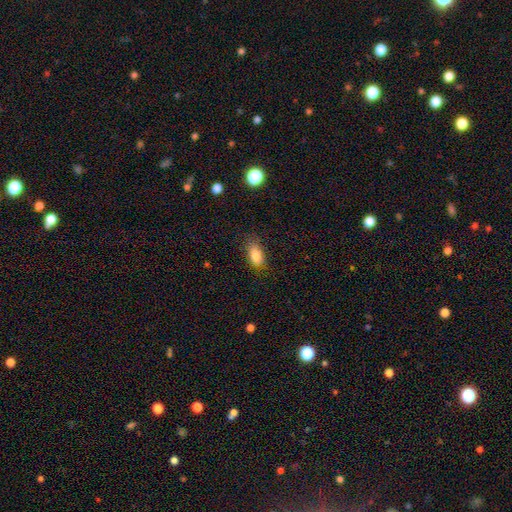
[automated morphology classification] Smooth or featured? smooth (83%)
How rounded? in between (89%)
Merging? none (76%)